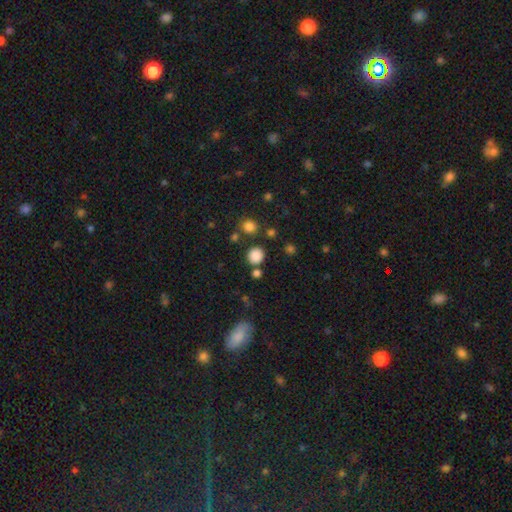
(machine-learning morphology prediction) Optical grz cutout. It shows a smooth galaxy with no disk features (84%) that is round (89%). Merging: none (81%).